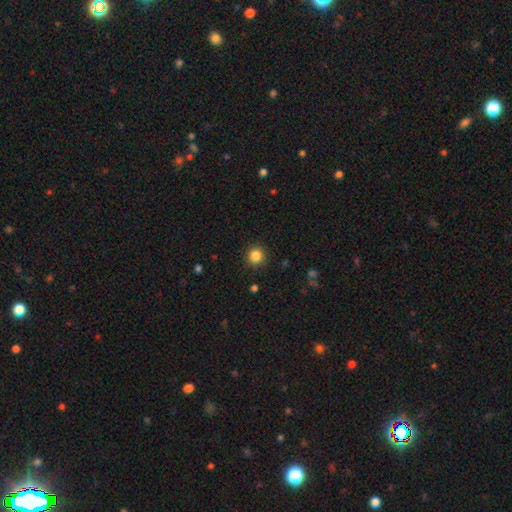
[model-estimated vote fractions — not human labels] A smooth galaxy with no disk features (85%) that is round (92%).

Vote fractions:
- Smooth or featured? smooth: 85% / star or artifact: 11% / featured or disk: 4%
- How rounded? round: 92% / in between: 7% / cigar-shaped: 1%
- Merging? none: 91% / minor disturbance: 6% / major disturbance: 2% / merger: 1%